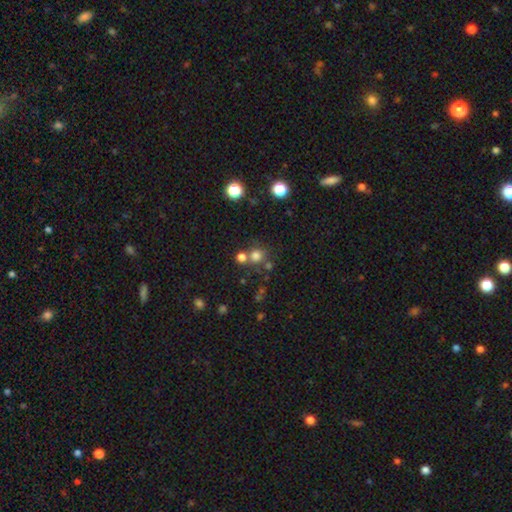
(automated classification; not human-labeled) Smooth or featured: smooth — 74% (star or artifact — 18%)
How rounded: round — 91% (in between — 8%)
Merging: none — 65% (merger — 24%)